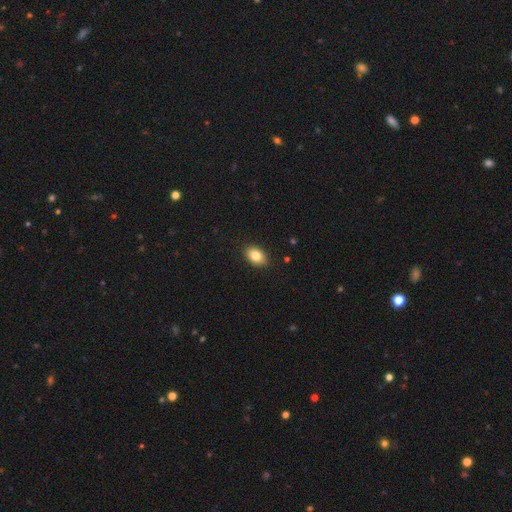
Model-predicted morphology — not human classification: Overall: smooth (84%). How rounded: in between (82%). Merging: none (89%).